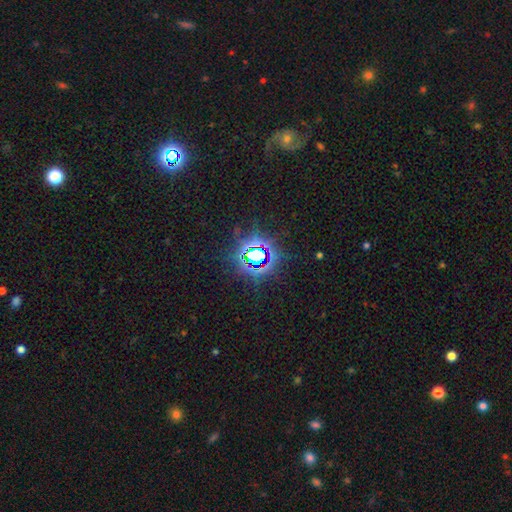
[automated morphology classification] Smooth or featured? Predicted: star or artifact (p=0.80).